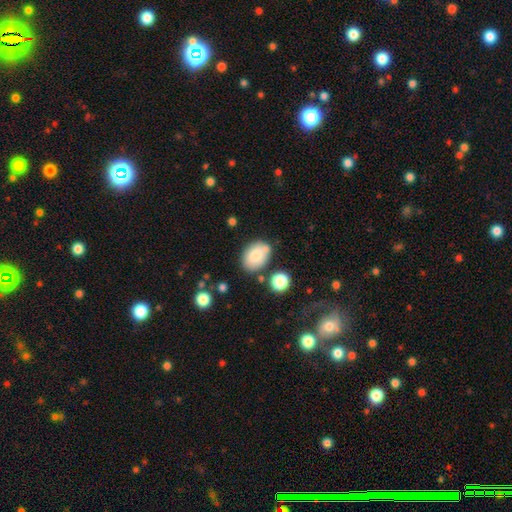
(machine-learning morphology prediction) type=smooth (81%); roundness=in between (80%); merging=none (68%).